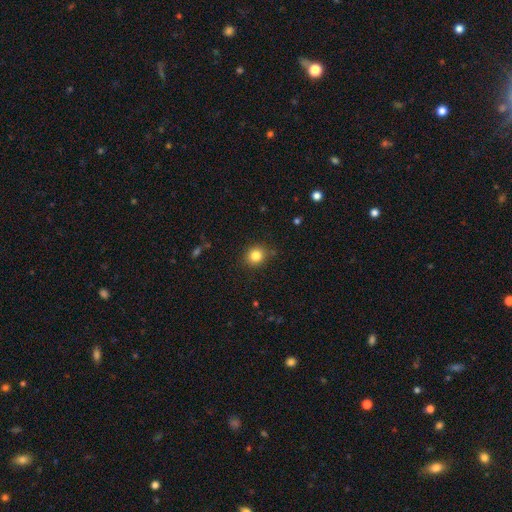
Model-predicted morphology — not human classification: smooth 82%, star or artifact 12%, featured or disk 6%. Down the decision tree: how rounded — round (81%); merging — none (87%).